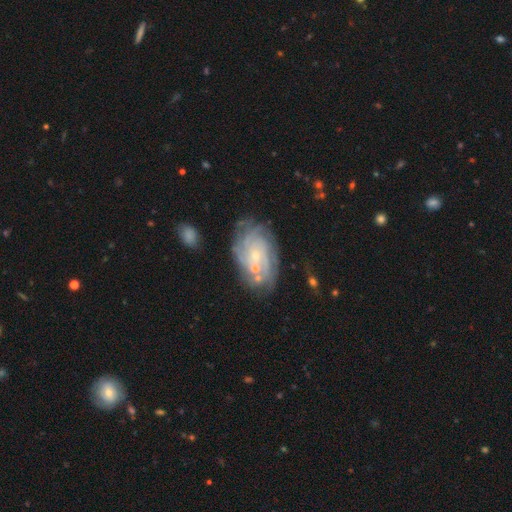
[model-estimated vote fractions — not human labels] Overall: featured or disk (78%). Edge-on disk: no (96%). Bar: no (77%). Spiral arms: yes (91%). Spiral arm count: can't tell (43%; 4 18%). Spiral winding: tight (70%). Bulge size: small (73%). Merging: none (63%).